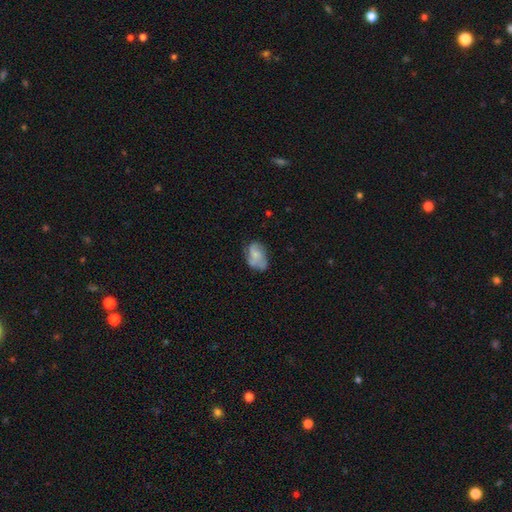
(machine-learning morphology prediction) smooth 48%, featured or disk 43%, star or artifact 8%. Down the decision tree: merging — none (52%).